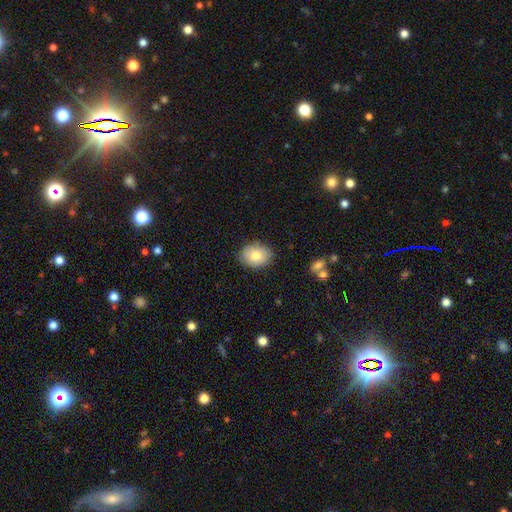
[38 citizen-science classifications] Overall: smooth (71%). How rounded: in between (56%; round 44%). Merging: none (91%).